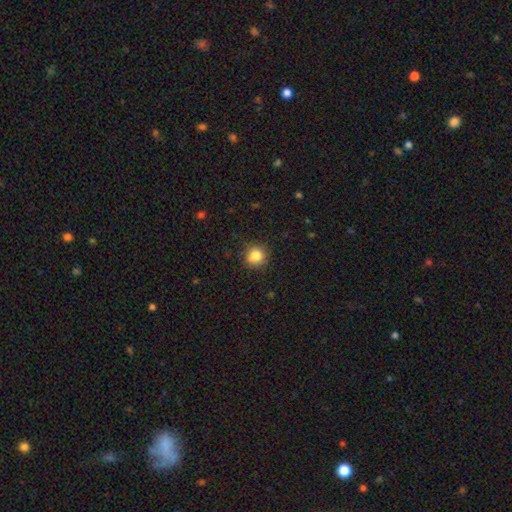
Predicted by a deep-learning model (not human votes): This appears to be a smooth galaxy with no disk features (84%) that is round (90%). Merging: none (84%).